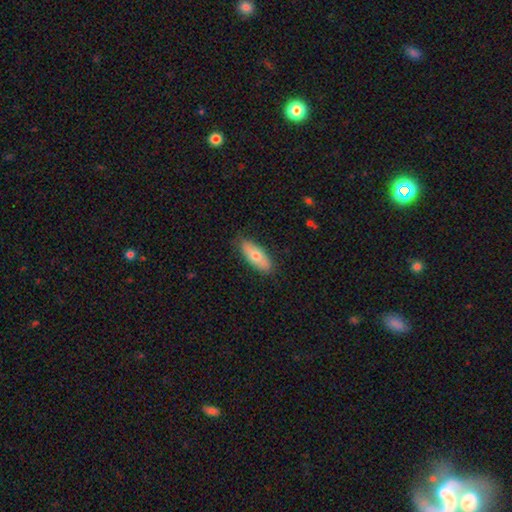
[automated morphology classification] This is likely a smooth galaxy (68%). How rounded: likely in between (74%). Merging: clearly none (84%).